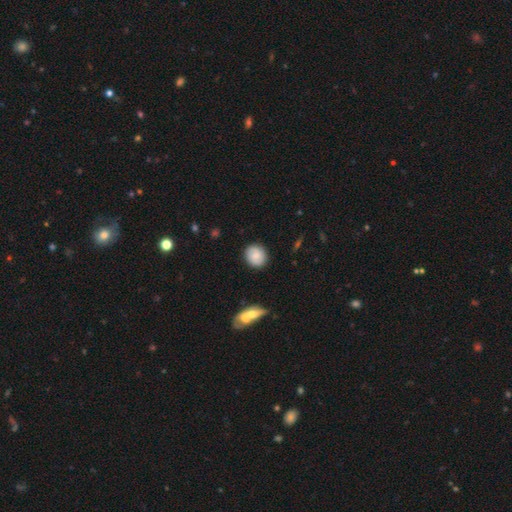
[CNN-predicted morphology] Q: Smooth or featured?
A: smooth (76%); runner-up: featured or disk (17%)
Q: How rounded?
A: round (76%); runner-up: in between (23%)
Q: Merging?
A: none (86%); runner-up: minor disturbance (10%)